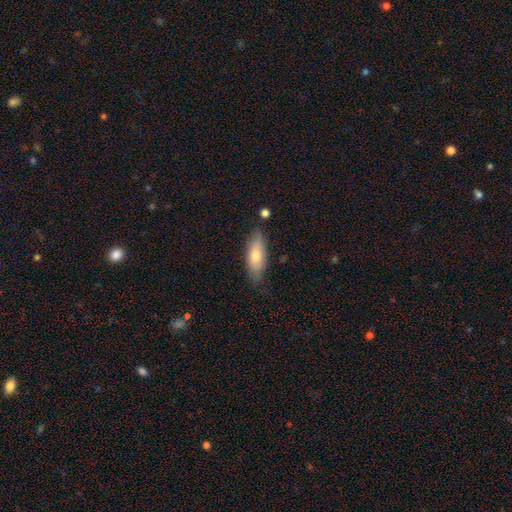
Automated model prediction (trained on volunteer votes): The model was most divided on "how rounded": in between: 70%, cigar-shaped: 27%, round: 2%. More confident: merging — none (73%); smooth or featured — smooth (72%).